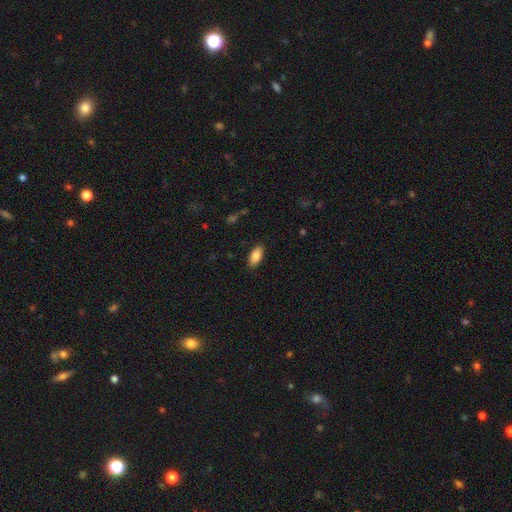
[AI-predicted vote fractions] This is clearly a smooth galaxy (85%). How rounded: clearly in between (90%). Merging: clearly none (88%).